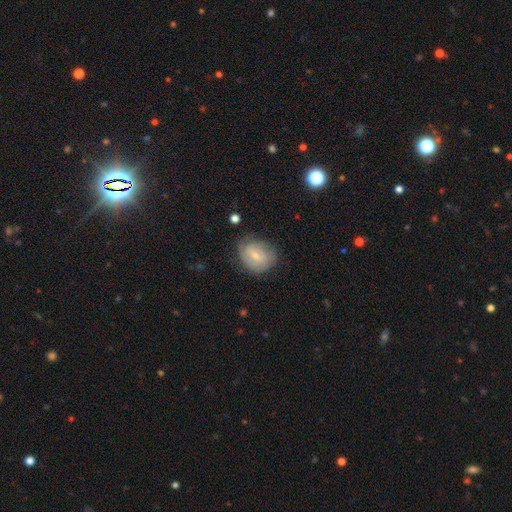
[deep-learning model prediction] The model was most divided on "how rounded": round: 53%, in between: 45%, cigar-shaped: 1%. More confident: merging — none (65%); smooth or featured — smooth (55%).